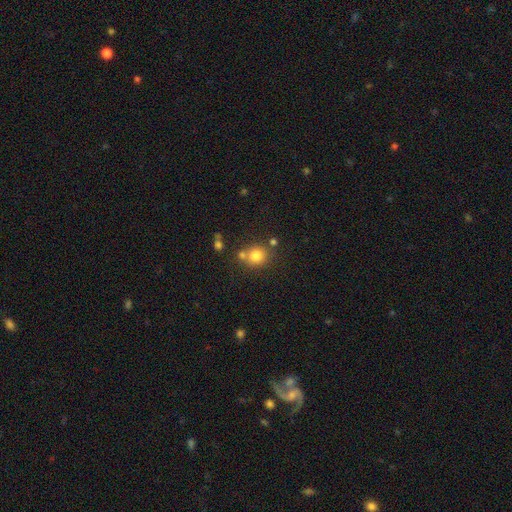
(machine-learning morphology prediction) A smooth galaxy with no disk features (79%) that is round (83%).

Vote fractions:
- Smooth or featured? smooth: 79% / star or artifact: 13% / featured or disk: 9%
- How rounded? round: 83% / in between: 17% / cigar-shaped: 1%
- Merging? none: 66% / merger: 19% / minor disturbance: 11% / major disturbance: 4%